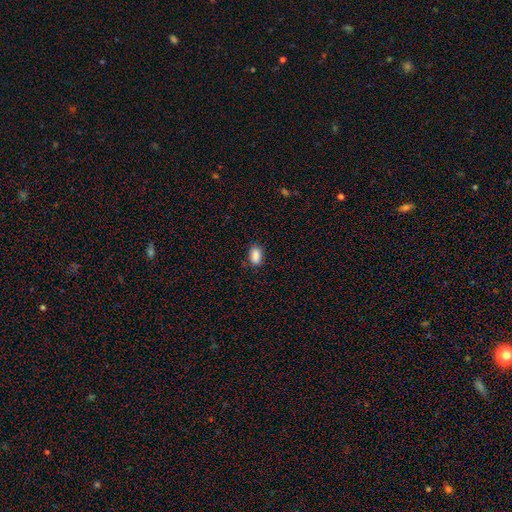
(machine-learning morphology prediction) Smooth or featured: smooth — 88% (star or artifact — 8%)
How rounded: in between — 89% (round — 8%)
Merging: none — 80% (minor disturbance — 15%)